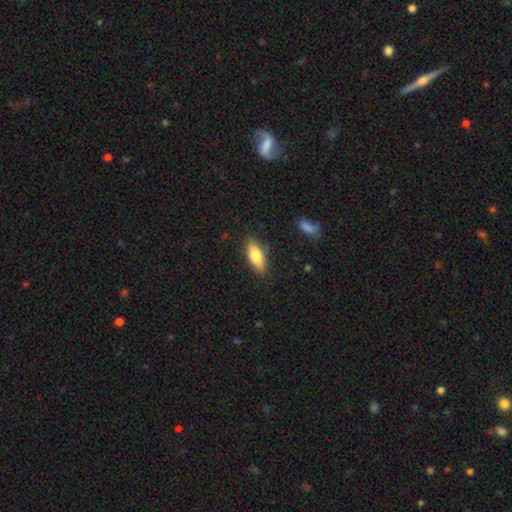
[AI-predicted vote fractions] Smooth or featured: smooth — 78% (featured or disk — 15%)
How rounded: in between — 74% (cigar-shaped — 24%)
Merging: none — 81% (minor disturbance — 14%)